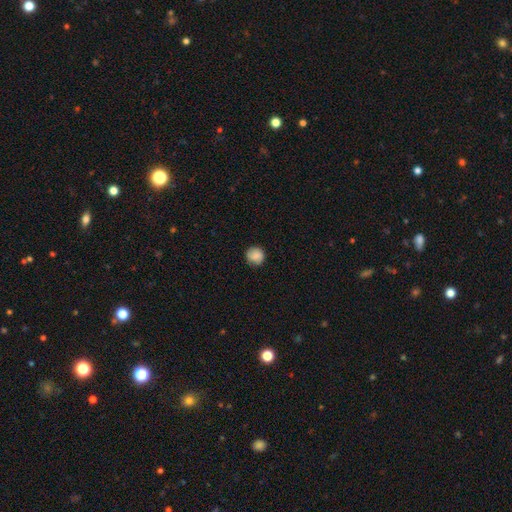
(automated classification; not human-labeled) Overall: smooth (83%). How rounded: round (89%). Merging: none (80%).